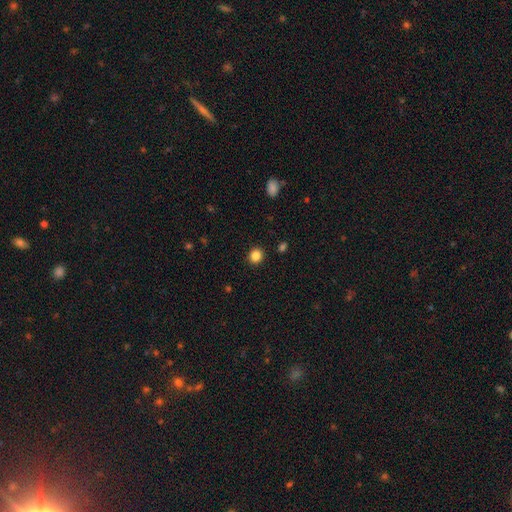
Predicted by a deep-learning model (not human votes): Smooth or featured? smooth (84%)
How rounded? round (85%)
Merging? none (91%)